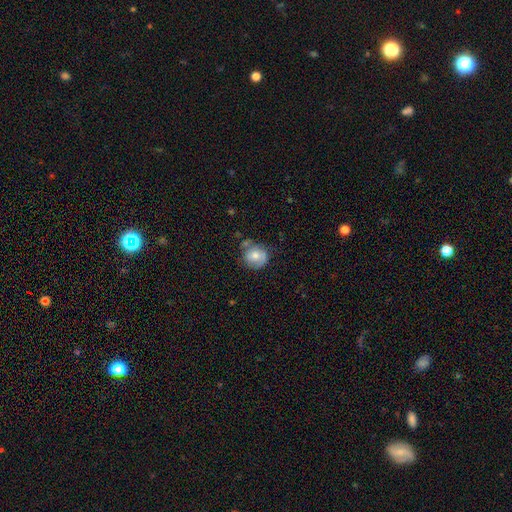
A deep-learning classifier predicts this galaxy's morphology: type=smooth (59%); roundness=round (81%); merging=none (57%).